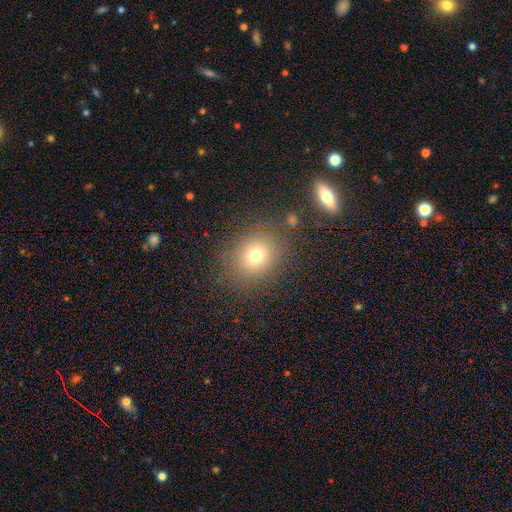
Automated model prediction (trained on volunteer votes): smooth_or_featured: smooth (p=0.73) [alt: star or artifact p=0.16]
how_rounded: round (p=0.70) [alt: in between p=0.29]
merging: none (p=0.81) [alt: minor disturbance p=0.10]